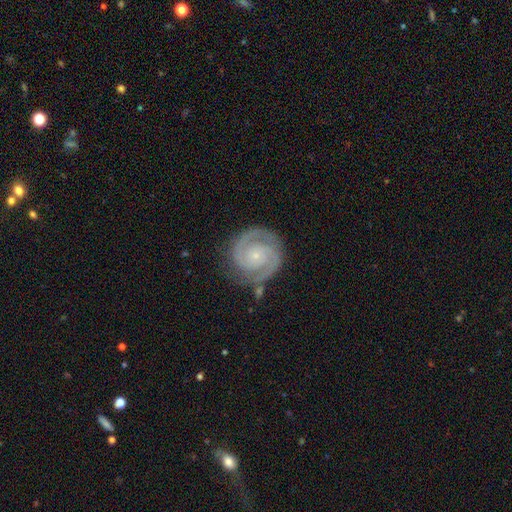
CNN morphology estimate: type=featured or disk (90%); edge-on=no (98%); bar=no (71%); spiral arms=yes (98%); winding=tight (69%); arm count=2 (88%); bulge=small (81%); merging=none (79%).